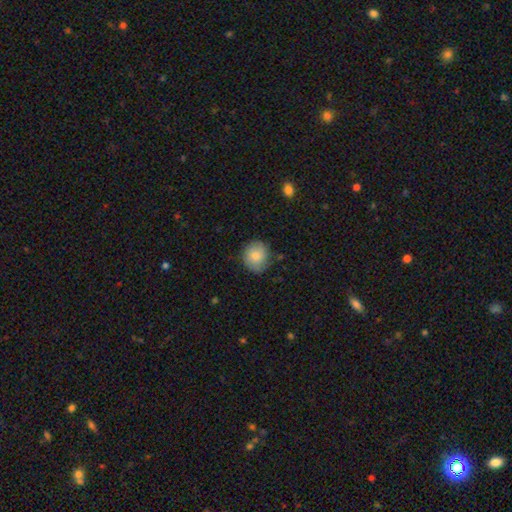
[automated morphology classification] type=smooth (77%); roundness=round (81%); merging=none (73%).